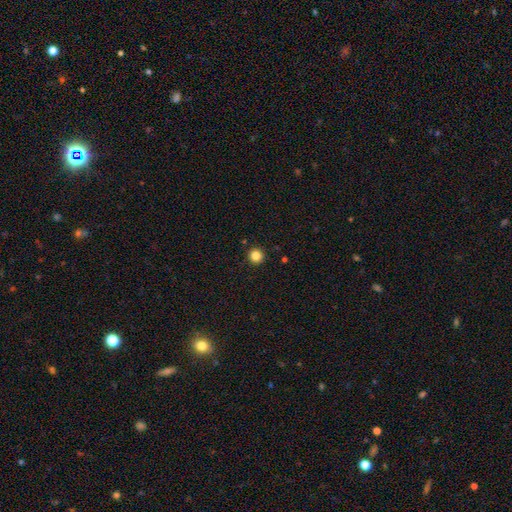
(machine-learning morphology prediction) A smooth galaxy with no disk features (85%) that is round (96%). Merging: none (93%).